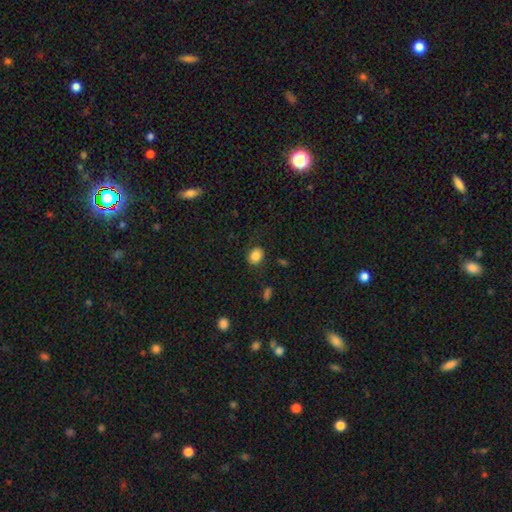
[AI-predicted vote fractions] Smooth or featured: smooth — 84% (star or artifact — 10%)
How rounded: round — 56% (in between — 43%)
Merging: none — 82% (minor disturbance — 13%)